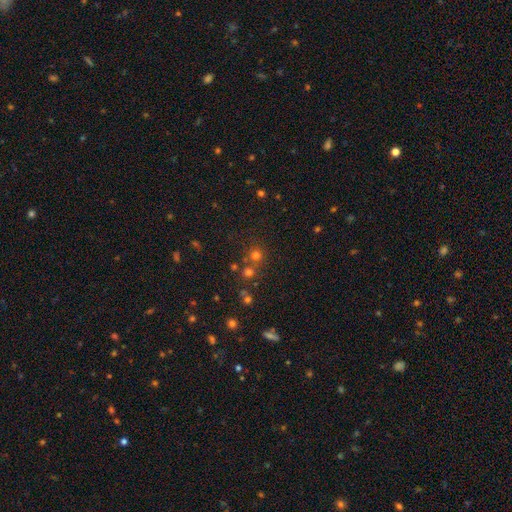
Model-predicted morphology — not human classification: A smooth galaxy with no disk features (58%) that is round (91%). Merging: none (69%).